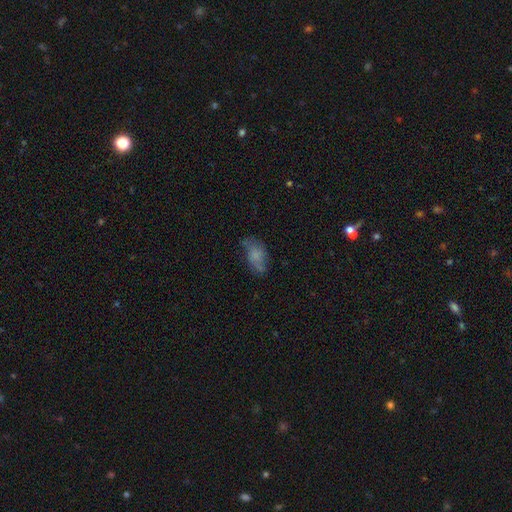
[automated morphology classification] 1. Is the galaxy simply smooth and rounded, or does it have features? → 61% smooth, 28% featured or disk, 11% star or artifact.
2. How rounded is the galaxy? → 89% in between, 7% round, 4% cigar-shaped.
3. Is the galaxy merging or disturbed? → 52% none, 28% minor disturbance, 16% major disturbance, 4% merger.